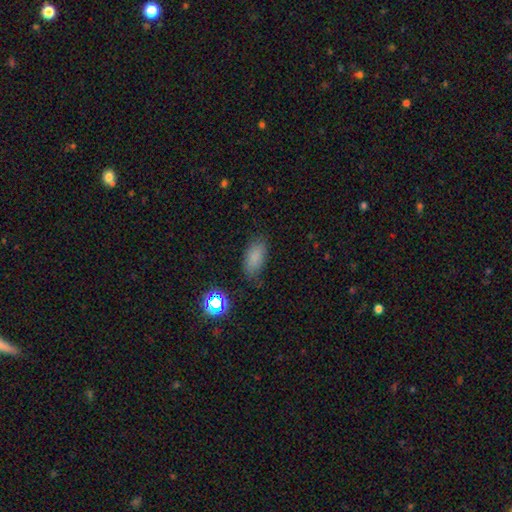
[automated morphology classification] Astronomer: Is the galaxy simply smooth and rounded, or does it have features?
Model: smooth — 80%.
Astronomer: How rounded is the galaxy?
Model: in between — 90%.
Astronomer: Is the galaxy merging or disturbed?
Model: none — 74%.